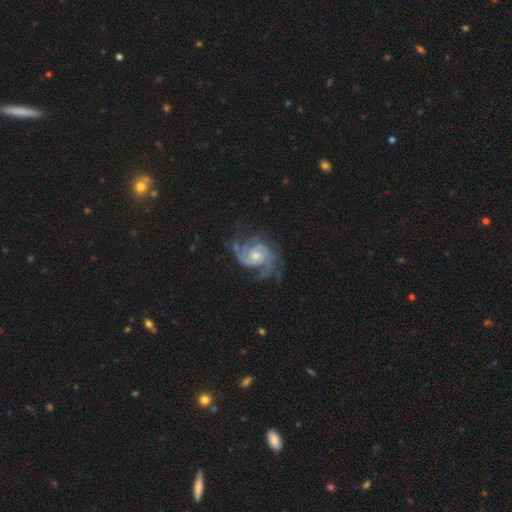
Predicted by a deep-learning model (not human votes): Smooth or featured?
  - featured or disk: 92% *
  - star or artifact: 4%
  - smooth: 3%
Edge-on disk?
  - no: 98% *
  - yes: 2%
Bar?
  - no: 65% *
  - weak: 28%
  - strong: 7%
Spiral arms?
  - yes: 98% *
  - no: 2%
Spiral winding?
  - tight: 52% *
  - medium: 39%
  - loose: 9%
Spiral arm count?
  - 2: 32% *
  - 3: 31%
  - 4: 12%
  - can't tell: 12%
  - more than 4: 6%
  - 1: 6%
Bulge size?
  - moderate: 52% *
  - small: 43%
  - large: 3%
  - none: 1%
  - dominant: 1%
Merging?
  - none: 66% *
  - minor disturbance: 19%
  - major disturbance: 13%
  - merger: 2%